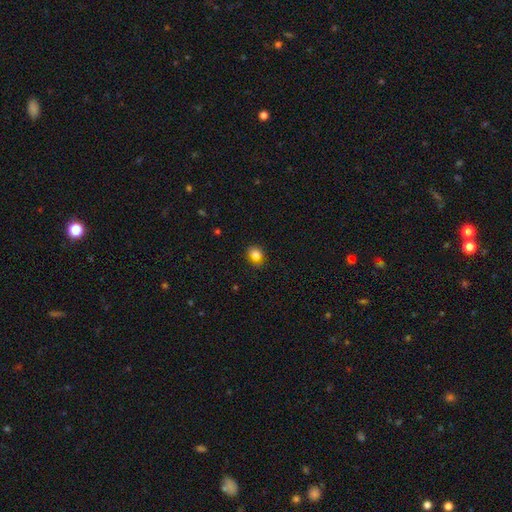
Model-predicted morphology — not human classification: Smooth or featured?
  - smooth: 79% *
  - star or artifact: 13%
  - featured or disk: 8%
How rounded?
  - round: 51% *
  - in between: 48%
  - cigar-shaped: 1%
Merging?
  - none: 77% *
  - minor disturbance: 17%
  - major disturbance: 4%
  - merger: 3%